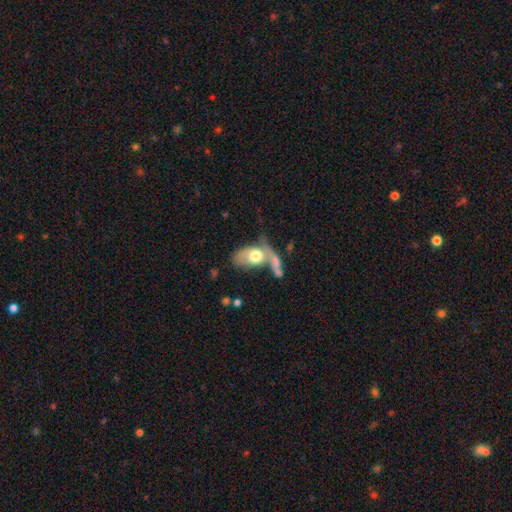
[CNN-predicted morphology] Smooth or featured? smooth (59%)
How rounded? in between (82%)
Merging? merger (50%)